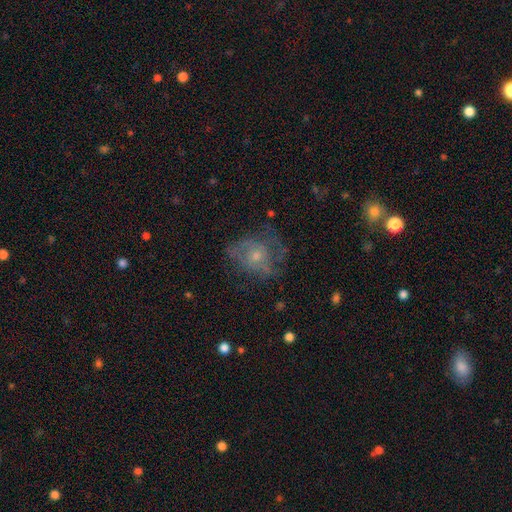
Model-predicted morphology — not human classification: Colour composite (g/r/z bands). It shows a featured or disk galaxy (54%) with no bar (83%), spiral arms (52%) and a small central bulge (51%). Merging: none (48%).